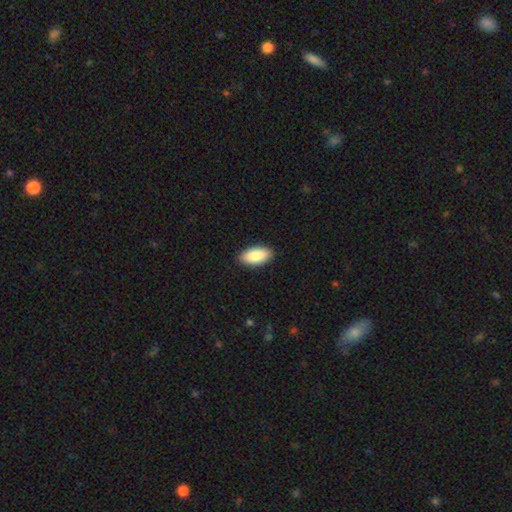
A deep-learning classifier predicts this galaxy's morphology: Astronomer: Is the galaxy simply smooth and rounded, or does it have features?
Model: smooth — 88%.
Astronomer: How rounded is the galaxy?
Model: in between — 93%.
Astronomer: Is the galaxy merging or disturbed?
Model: none — 90%.